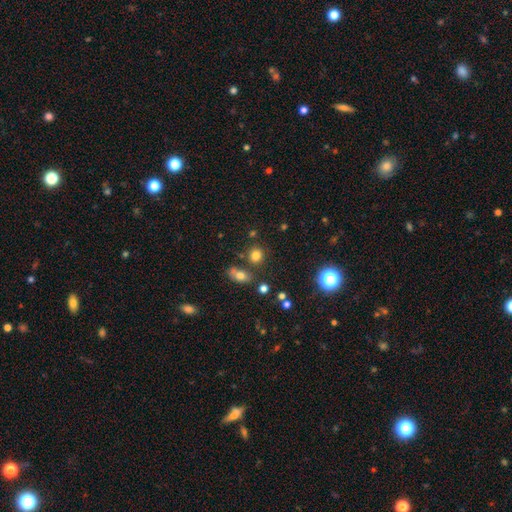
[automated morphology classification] Smooth or featured?
  - smooth: 79% *
  - star or artifact: 15%
  - featured or disk: 7%
How rounded?
  - round: 79% *
  - in between: 20%
  - cigar-shaped: 1%
Merging?
  - none: 76% *
  - merger: 10%
  - minor disturbance: 10%
  - major disturbance: 4%